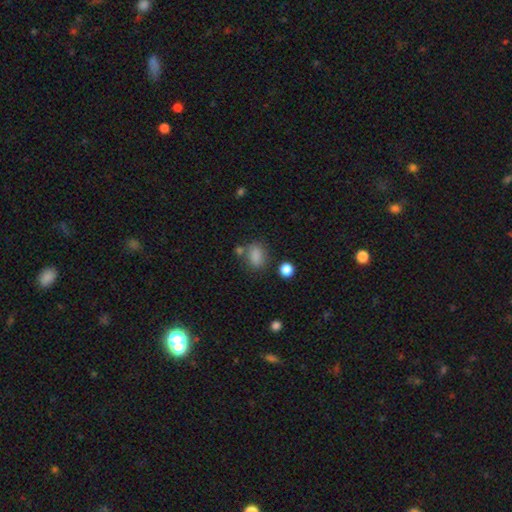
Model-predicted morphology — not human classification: smooth_or_featured: smooth (p=0.84) [alt: star or artifact p=0.11]
how_rounded: in between (p=0.71) [alt: round p=0.27]
merging: none (p=0.68) [alt: minor disturbance p=0.16]